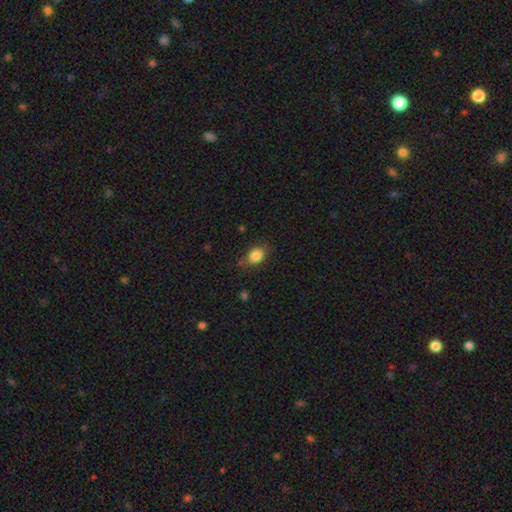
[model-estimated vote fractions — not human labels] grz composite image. It shows a smooth galaxy with no disk features (85%) that is in between round and cigar-shaped (67%). Merging: none (74%).